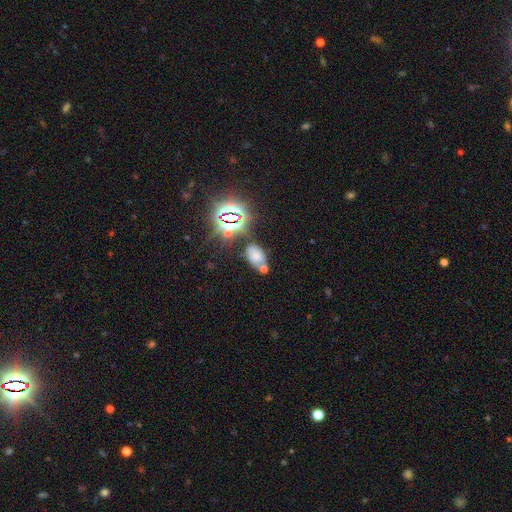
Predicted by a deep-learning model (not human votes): Q: Smooth or featured?
A: smooth (50%); runner-up: star or artifact (28%)
Q: Merging?
A: none (45%); runner-up: merger (26%)